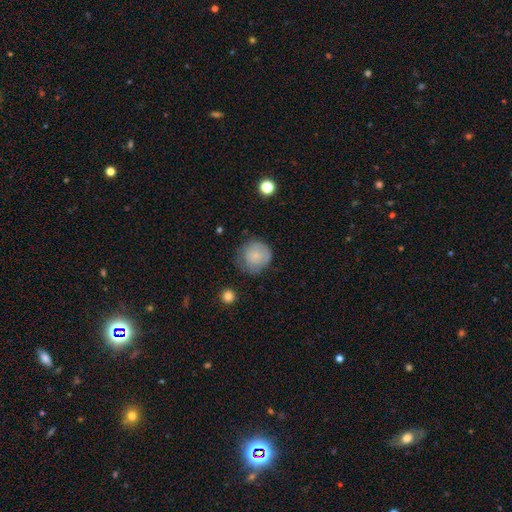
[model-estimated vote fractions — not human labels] A smooth galaxy with no disk features (74%) that is round (90%).

Vote fractions:
- Smooth or featured? smooth: 74% / featured or disk: 18% / star or artifact: 7%
- How rounded? round: 90% / in between: 9% / cigar-shaped: 1%
- Merging? none: 58% / minor disturbance: 29% / major disturbance: 12% / merger: 2%